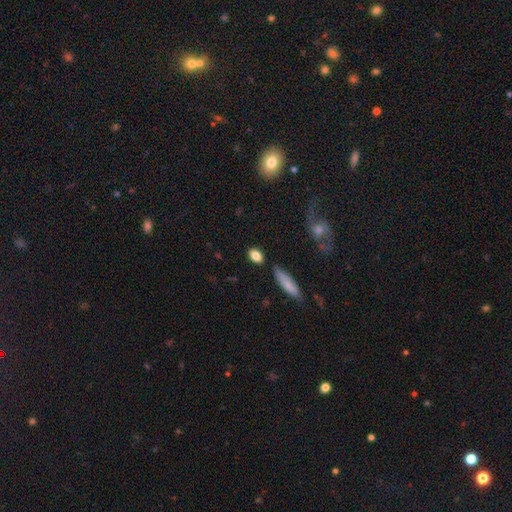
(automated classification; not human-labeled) The model was most divided on "merging": none: 79%, minor disturbance: 12%, merger: 5%, major disturbance: 3%. More confident: smooth or featured — smooth (84%); how rounded — in between (81%).